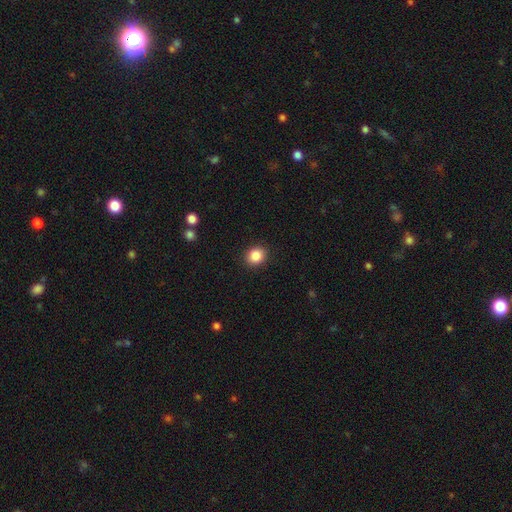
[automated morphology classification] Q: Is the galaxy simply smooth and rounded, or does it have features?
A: smooth — 86%.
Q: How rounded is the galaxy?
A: round — 71%.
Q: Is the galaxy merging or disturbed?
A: none — 91%.